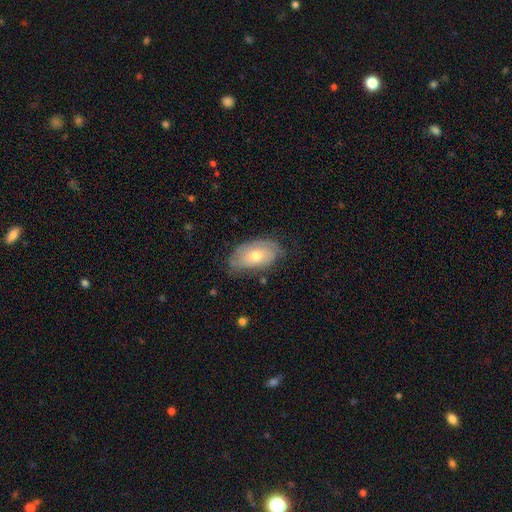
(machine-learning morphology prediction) This is possibly a smooth galaxy (49%). Merging: likely none (66%).